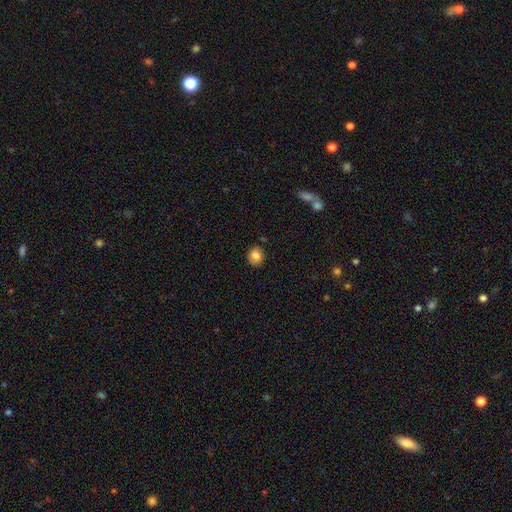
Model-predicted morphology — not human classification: Smooth or featured: smooth — 82% (star or artifact — 10%)
How rounded: round — 76% (in between — 23%)
Merging: none — 84% (minor disturbance — 12%)